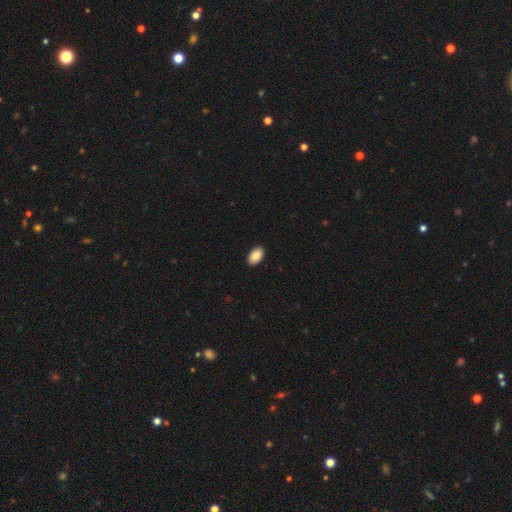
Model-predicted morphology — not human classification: smooth-or-featured: smooth: 89% | star or artifact: 7% | featured or disk: 4%
  how-rounded: in between: 95% | round: 4% | cigar-shaped: 1%
  merging: none: 91% | minor disturbance: 7% | major disturbance: 2% | merger: 1%